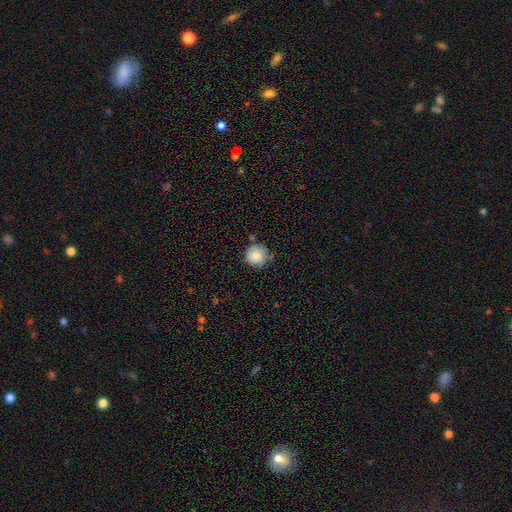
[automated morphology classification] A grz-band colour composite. It shows a smooth galaxy with no disk features (86%) that is round (91%). Merging: none (71%).